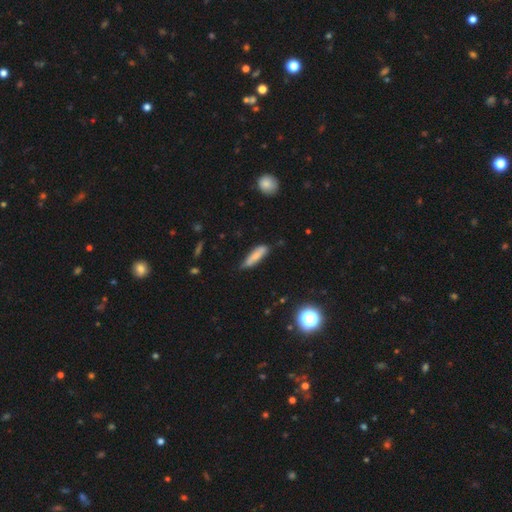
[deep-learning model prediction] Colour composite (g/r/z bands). It shows a smooth galaxy with no disk features (74%) that is cigar-shaped (68%). Merging: none (65%).